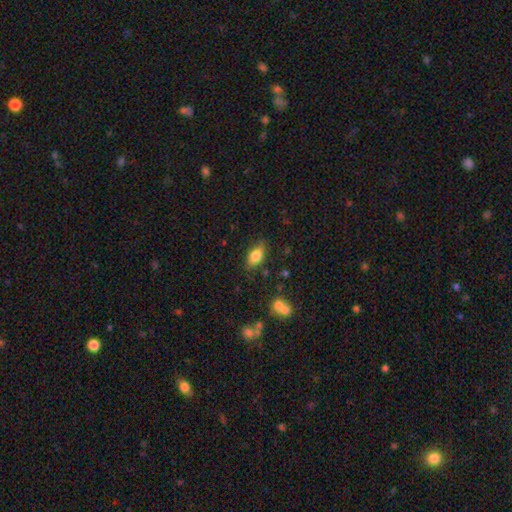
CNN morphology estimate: Q: Smooth or featured?
A: smooth (80%); runner-up: featured or disk (12%)
Q: How rounded?
A: in between (88%); runner-up: round (6%)
Q: Merging?
A: none (74%); runner-up: minor disturbance (19%)